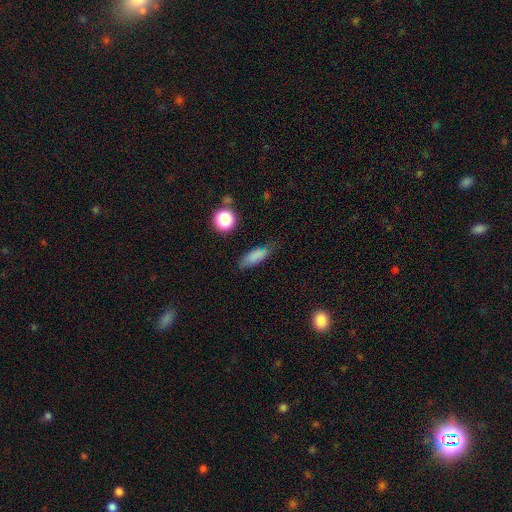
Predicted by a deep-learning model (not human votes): Smooth or featured? Predicted: smooth (p=0.78). How rounded? Predicted: in between (p=0.55). Merging? Predicted: none (p=0.71).